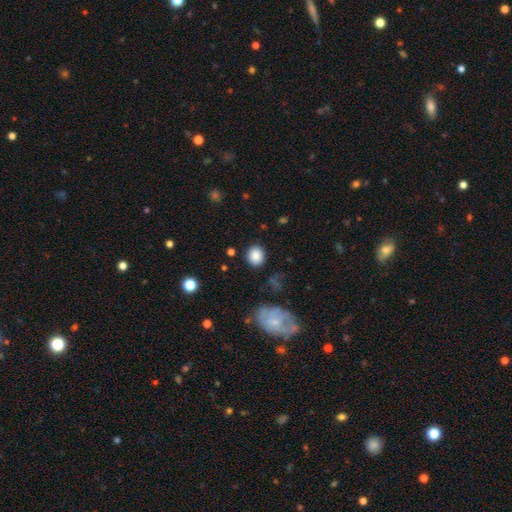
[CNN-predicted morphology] Smooth or featured? smooth (86%)
How rounded? round (70%)
Merging? none (85%)